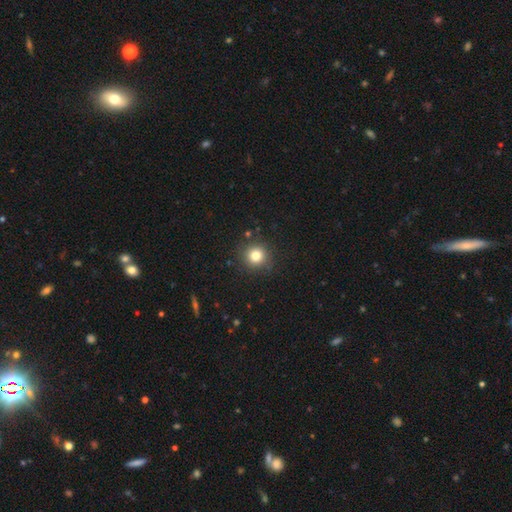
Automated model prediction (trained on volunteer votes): This is clearly a smooth galaxy (80%). How rounded: clearly round (94%). Merging: clearly none (88%).